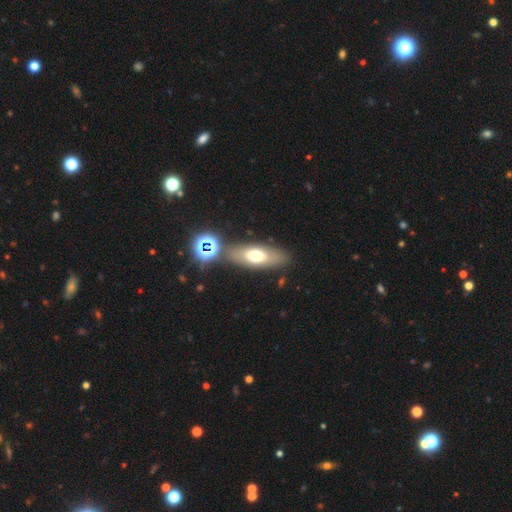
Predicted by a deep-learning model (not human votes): The model was most divided on "smooth or featured": smooth: 62%, featured or disk: 28%, star or artifact: 10%. More confident: merging — none (78%); how rounded — in between (66%).